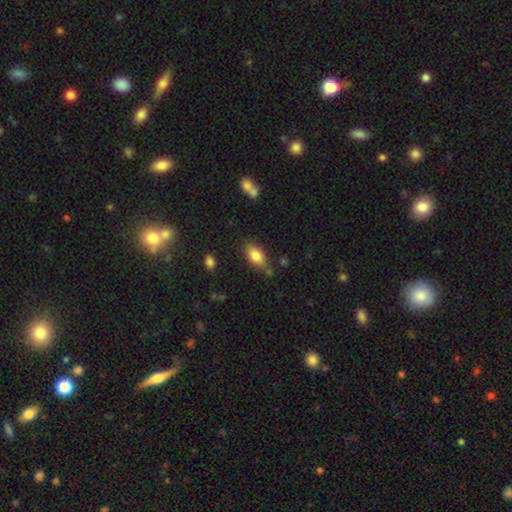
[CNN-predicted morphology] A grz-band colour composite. It shows a smooth galaxy with no disk features (80%) that is in between round and cigar-shaped (88%). Merging: none (73%).